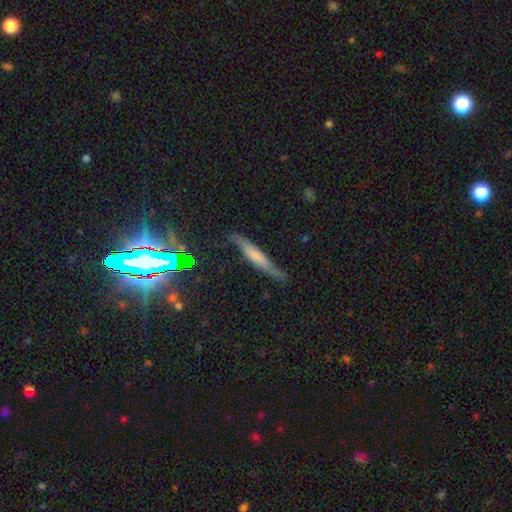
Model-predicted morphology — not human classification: type=smooth (48%); merging=none (70%).